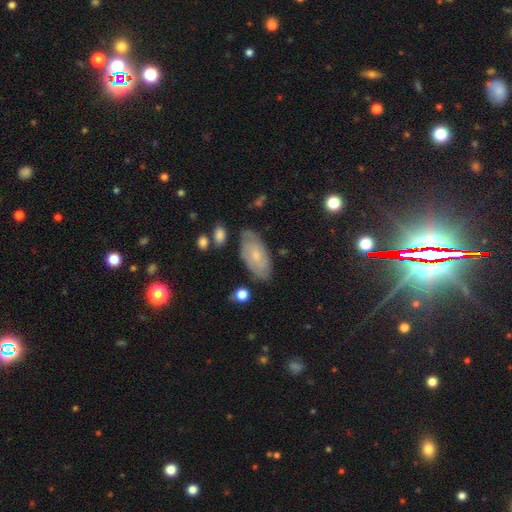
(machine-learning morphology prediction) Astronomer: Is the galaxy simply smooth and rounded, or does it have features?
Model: smooth — 48% (runner-up: featured or disk, 45%).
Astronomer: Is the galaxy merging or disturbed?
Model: none — 74%.